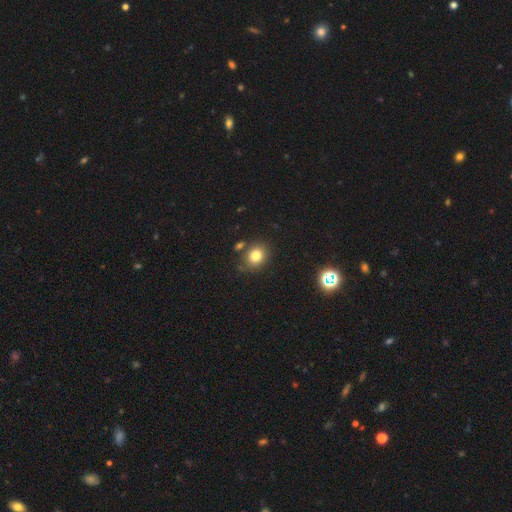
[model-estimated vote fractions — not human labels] Smooth or featured?
  - smooth: 79% *
  - star or artifact: 12%
  - featured or disk: 8%
How rounded?
  - round: 59% *
  - in between: 40%
  - cigar-shaped: 1%
Merging?
  - none: 77% *
  - minor disturbance: 12%
  - merger: 8%
  - major disturbance: 3%